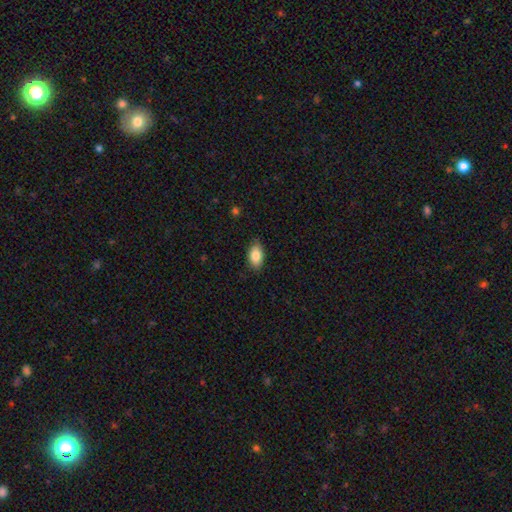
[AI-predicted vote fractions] Morphology: type=smooth (83%); roundness=in between (91%); merging=none (85%).